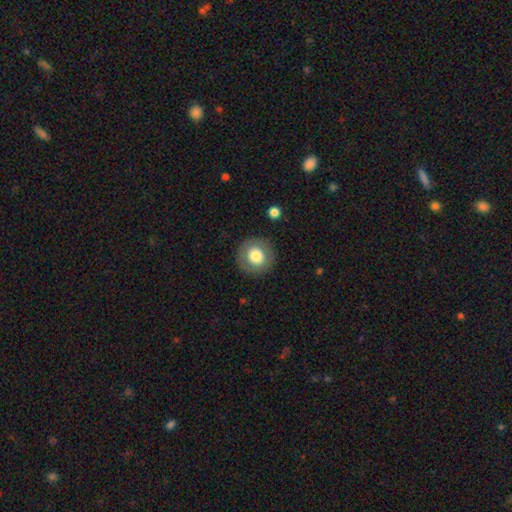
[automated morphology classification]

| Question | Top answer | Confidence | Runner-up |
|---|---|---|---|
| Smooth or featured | smooth | 74% | featured or disk (18%) |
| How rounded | round | 95% | in between (4%) |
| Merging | none | 89% | minor disturbance (7%) |